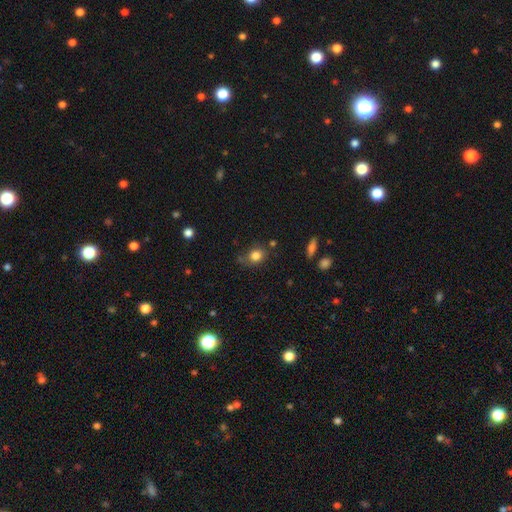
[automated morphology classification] Smooth or featured? smooth (82%)
How rounded? round (59%)
Merging? none (71%)